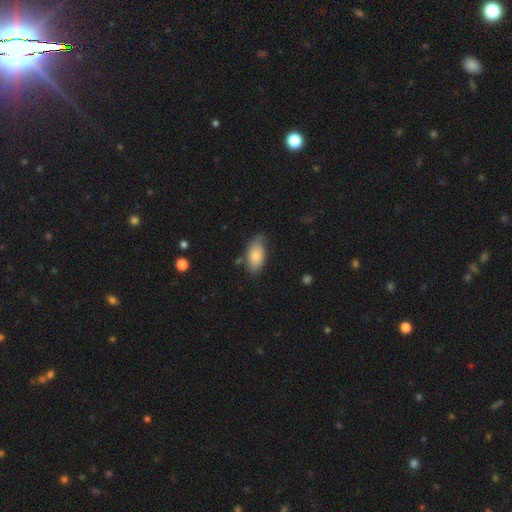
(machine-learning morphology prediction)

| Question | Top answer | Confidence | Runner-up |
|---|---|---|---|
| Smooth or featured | smooth | 79% | featured or disk (15%) |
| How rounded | in between | 93% | cigar-shaped (3%) |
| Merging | none | 62% | minor disturbance (28%) |